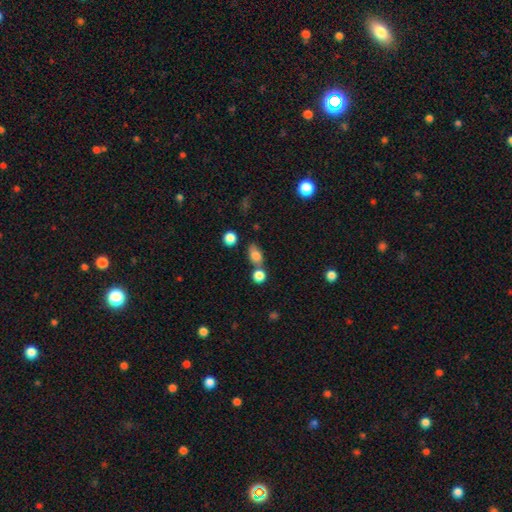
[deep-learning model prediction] Smooth or featured? Predicted: smooth (p=0.78). How rounded? Predicted: in between (p=0.69). Merging? Predicted: none (p=0.57).